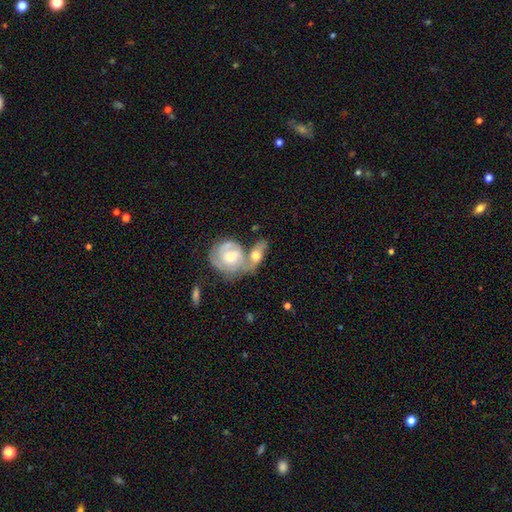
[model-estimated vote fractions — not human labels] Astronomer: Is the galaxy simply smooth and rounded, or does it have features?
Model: featured or disk — 50% (runner-up: smooth, 44%).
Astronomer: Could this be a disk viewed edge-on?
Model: no — 89%.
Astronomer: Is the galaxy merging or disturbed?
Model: merger — 62%.